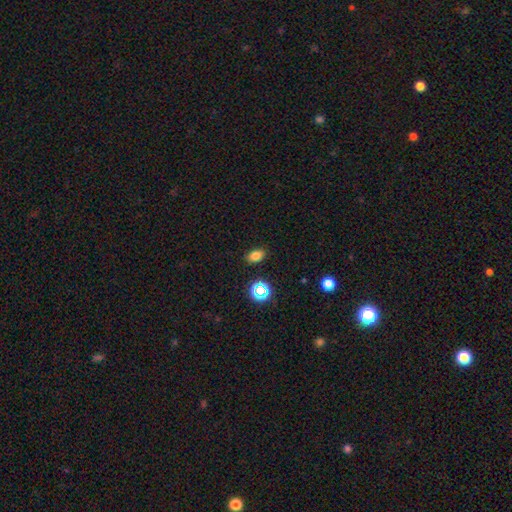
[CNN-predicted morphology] smooth_or_featured: smooth (p=0.77) [alt: star or artifact p=0.17]
how_rounded: in between (p=0.81) [alt: round p=0.17]
merging: none (p=0.87) [alt: minor disturbance p=0.09]